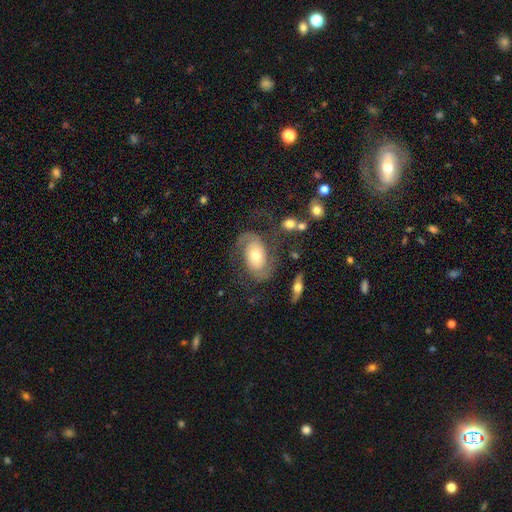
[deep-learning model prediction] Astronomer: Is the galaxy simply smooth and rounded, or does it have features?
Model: featured or disk — 80%.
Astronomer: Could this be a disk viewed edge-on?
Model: no — 96%.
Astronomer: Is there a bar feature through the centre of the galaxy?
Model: no — 65%.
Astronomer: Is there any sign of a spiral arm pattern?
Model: yes — 93%.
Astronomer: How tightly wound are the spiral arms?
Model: medium — 43% (runner-up: tight, 38%).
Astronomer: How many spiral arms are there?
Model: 2 — 87%.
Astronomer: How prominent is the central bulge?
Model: moderate — 63%.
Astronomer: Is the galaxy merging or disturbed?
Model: none — 66%.